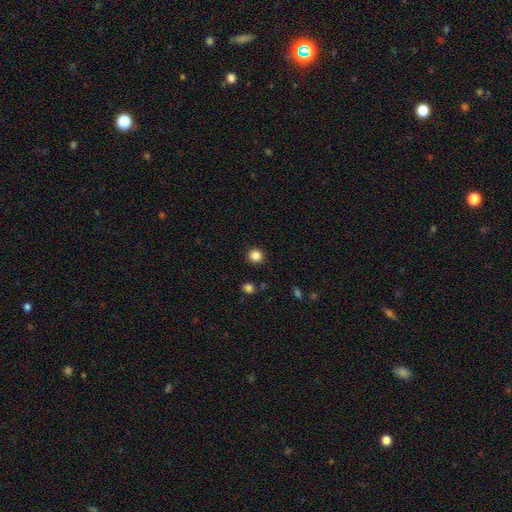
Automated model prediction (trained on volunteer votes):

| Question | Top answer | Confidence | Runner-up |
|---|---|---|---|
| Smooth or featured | smooth | 85% | star or artifact (11%) |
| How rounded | round | 93% | in between (6%) |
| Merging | none | 92% | minor disturbance (5%) |